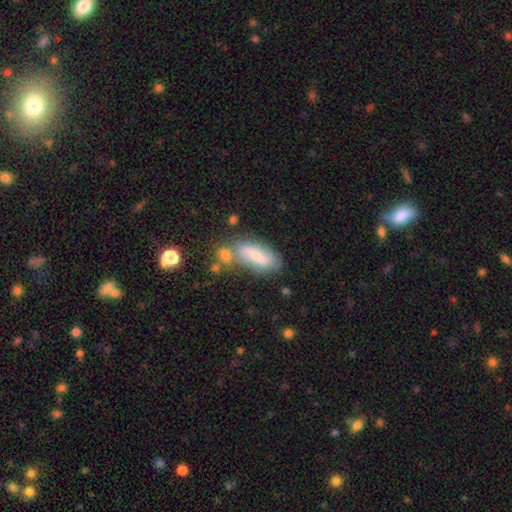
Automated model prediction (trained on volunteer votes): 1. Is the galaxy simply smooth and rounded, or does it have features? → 60% smooth, 32% featured or disk, 8% star or artifact.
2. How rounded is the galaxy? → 78% in between, 19% cigar-shaped, 3% round.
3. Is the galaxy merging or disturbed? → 52% none, 21% merger, 19% minor disturbance, 7% major disturbance.